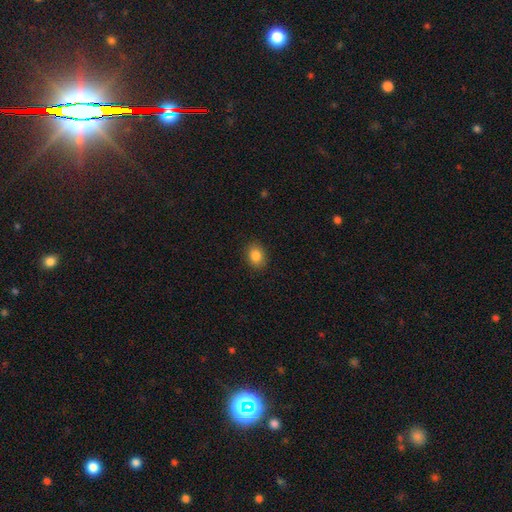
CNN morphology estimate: The model was most divided on "how rounded": in between: 63%, round: 36%, cigar-shaped: 1%. More confident: merging — none (89%); smooth or featured — smooth (84%).